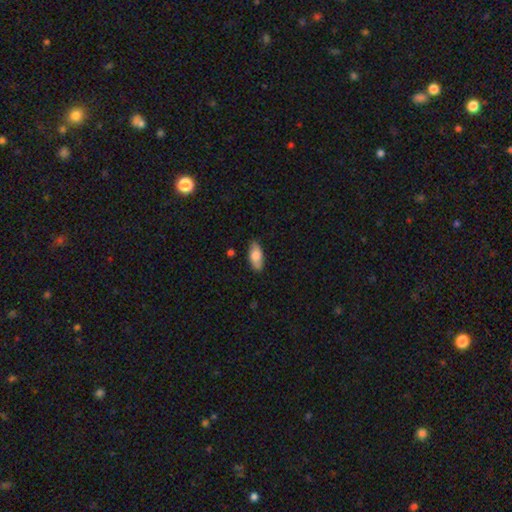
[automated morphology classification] smooth_or_featured: smooth (p=0.78) [alt: featured or disk p=0.16]
how_rounded: in between (p=0.86) [alt: cigar-shaped p=0.11]
merging: none (p=0.83) [alt: minor disturbance p=0.13]